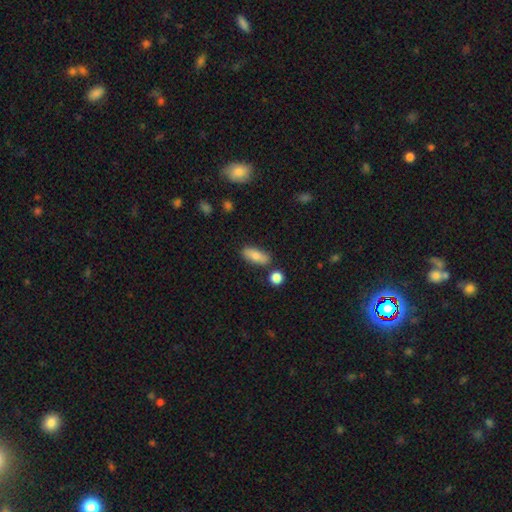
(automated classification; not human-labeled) This appears to be a smooth galaxy with no disk features (76%) that is in between round and cigar-shaped (74%). Merging: none (79%).